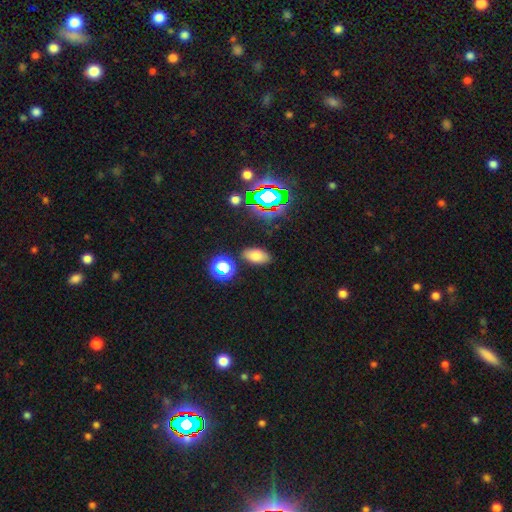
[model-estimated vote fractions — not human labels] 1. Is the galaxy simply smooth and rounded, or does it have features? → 73% smooth, 18% star or artifact, 9% featured or disk.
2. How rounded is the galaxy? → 90% in between, 7% round, 2% cigar-shaped.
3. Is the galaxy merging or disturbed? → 84% none, 10% minor disturbance, 4% merger, 3% major disturbance.